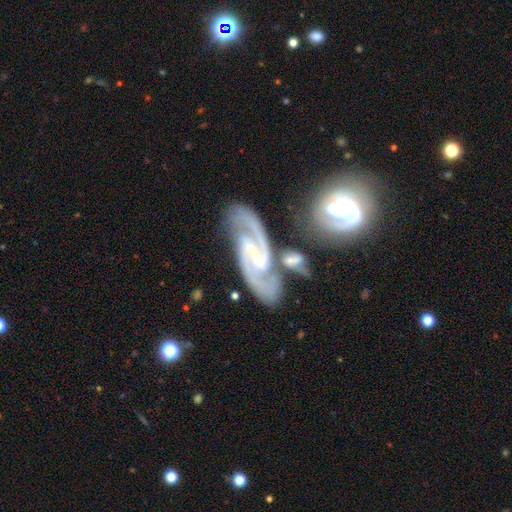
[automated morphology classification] Smooth or featured? Predicted: featured or disk (p=0.92). Edge-on disk? Predicted: no (p=0.96). Bar? Predicted: weak (p=0.44). Spiral arms? Predicted: yes (p=0.98). Spiral winding? Predicted: medium (p=0.60). Spiral arm count? Predicted: 2 (p=0.92). Bulge size? Predicted: small (p=0.72). Merging? Predicted: none (p=0.65).